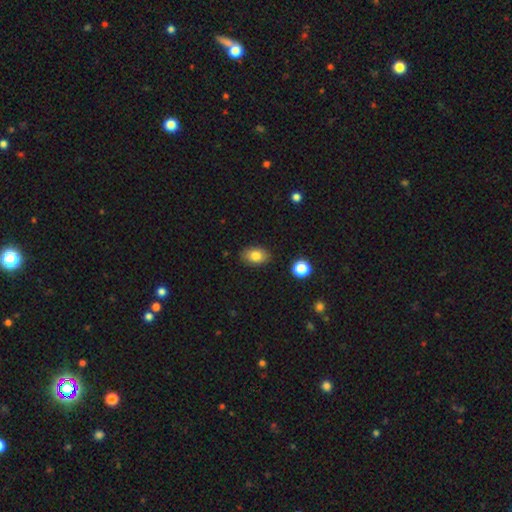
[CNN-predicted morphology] Overall: smooth (82%). How rounded: in between (81%). Merging: none (86%).